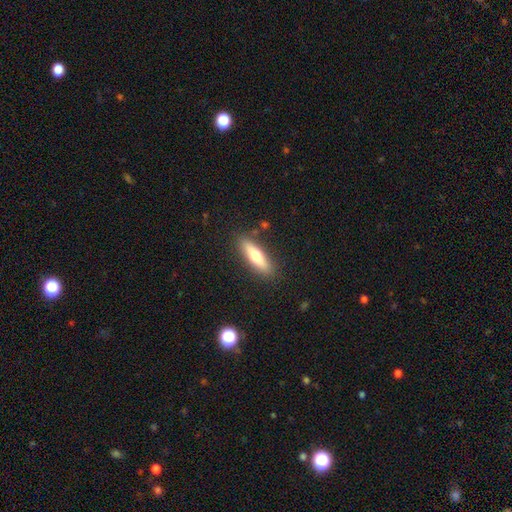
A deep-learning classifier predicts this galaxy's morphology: The model was most divided on "smooth or featured": smooth: 62%, featured or disk: 32%, star or artifact: 6%. More confident: merging — none (86%); how rounded — cigar-shaped (67%).